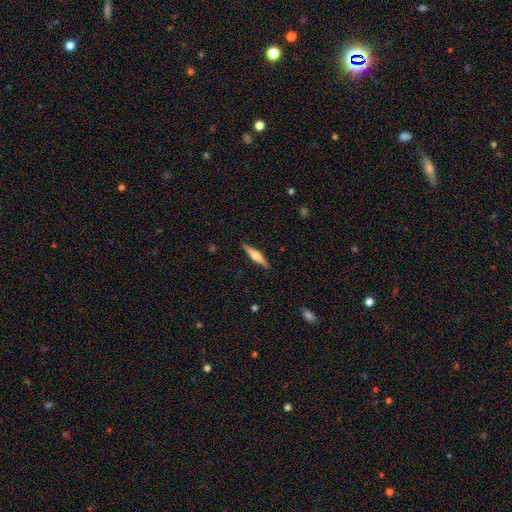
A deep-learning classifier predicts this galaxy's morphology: Smooth or featured: featured or disk — 59% (smooth — 36%)
Edge-on disk: yes — 97% (no — 3%)
Edge-on bulge: rounded — 87% (boxy — 8%)
Merging: none — 90% (minor disturbance — 7%)